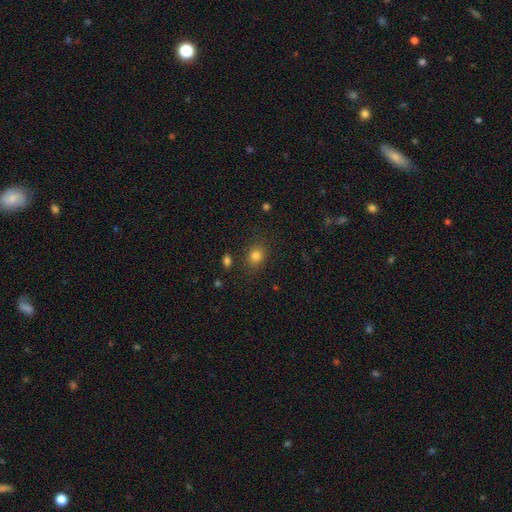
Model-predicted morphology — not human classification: type=smooth (81%); roundness=round (60%); merging=none (81%).